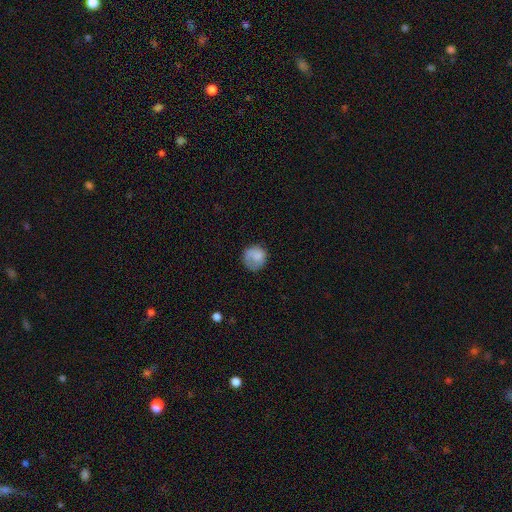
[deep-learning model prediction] A smooth galaxy with no disk features (77%) that is round (81%).

Vote fractions:
- Smooth or featured? smooth: 77% / featured or disk: 15% / star or artifact: 8%
- How rounded? round: 81% / in between: 18% / cigar-shaped: 1%
- Merging? none: 56% / minor disturbance: 26% / major disturbance: 16% / merger: 2%